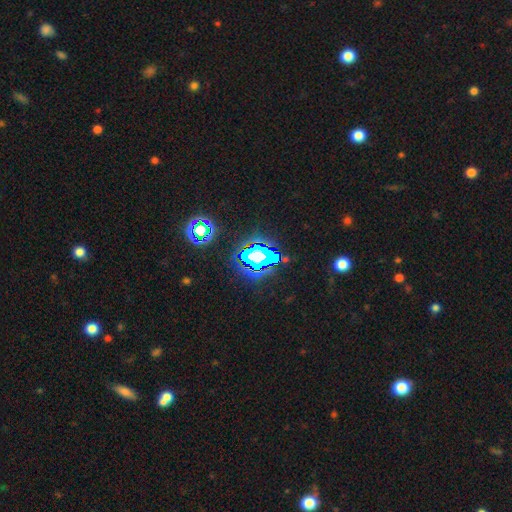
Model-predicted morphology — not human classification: type=star or artifact (65%).